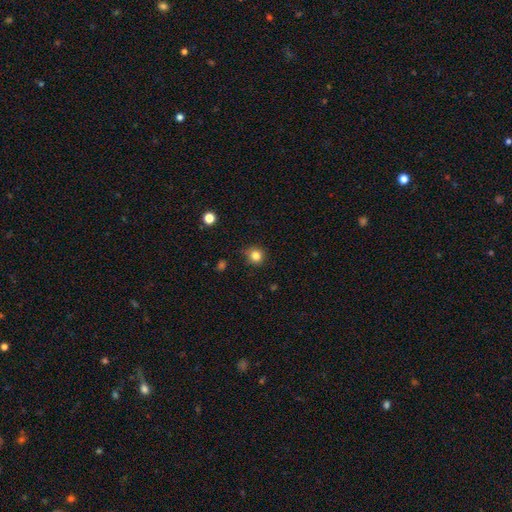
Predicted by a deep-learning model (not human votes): A smooth galaxy with no disk features (82%) that is round (88%). Merging: none (82%).